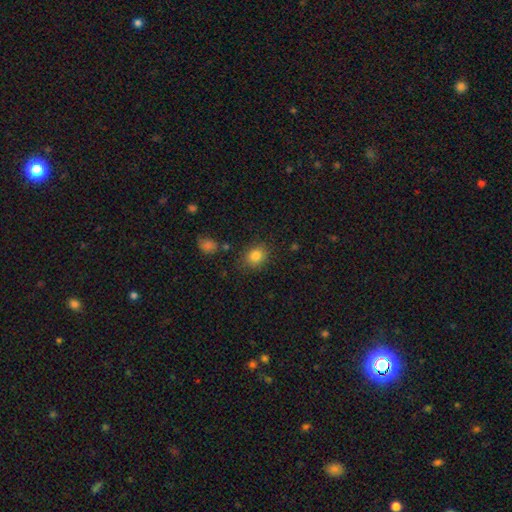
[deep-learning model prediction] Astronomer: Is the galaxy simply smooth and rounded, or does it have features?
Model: smooth — 83%.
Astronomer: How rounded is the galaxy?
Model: round — 55% (runner-up: in between, 44%).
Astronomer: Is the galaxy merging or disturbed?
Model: none — 82%.